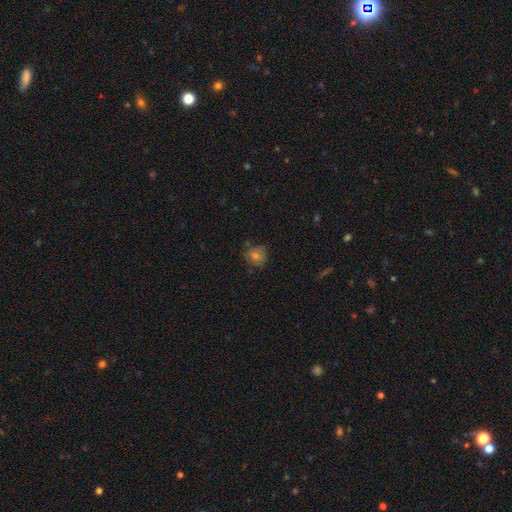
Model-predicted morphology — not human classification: smooth-or-featured: smooth: 67% | star or artifact: 17% | featured or disk: 16%
  how-rounded: round: 84% | in between: 15% | cigar-shaped: 1%
  merging: none: 74% | minor disturbance: 18% | major disturbance: 4% | merger: 3%